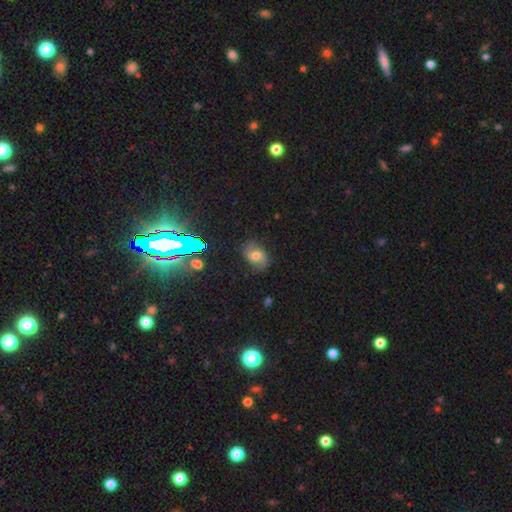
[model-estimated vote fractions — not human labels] The model was most divided on "smooth or featured": featured or disk: 48%, smooth: 37%, star or artifact: 15%. More confident: merging — none (75%).